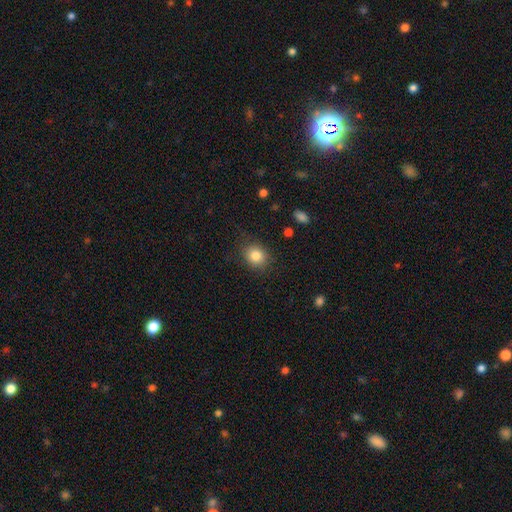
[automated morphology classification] smooth 84%, star or artifact 10%, featured or disk 7%. Down the decision tree: how rounded — round (68%); merging — none (85%).